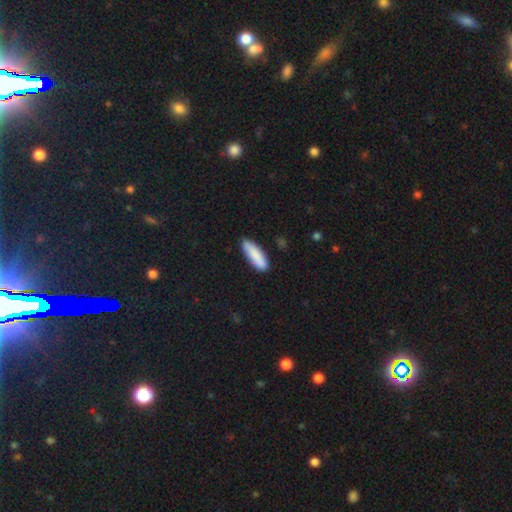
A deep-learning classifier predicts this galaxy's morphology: Smooth or featured: smooth — 86% (featured or disk — 8%)
How rounded: cigar-shaped — 49% (tied with in between — 49%)
Merging: none — 83% (minor disturbance — 13%)